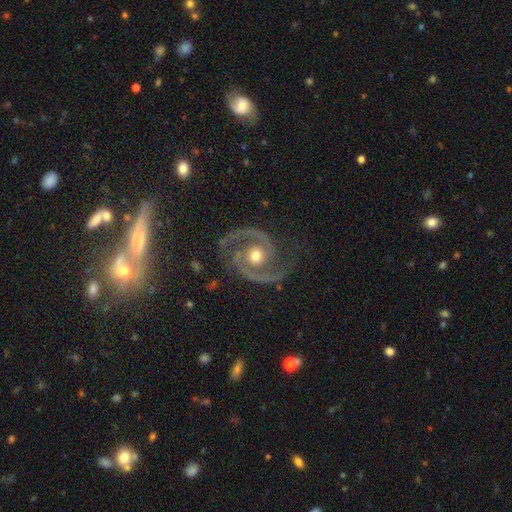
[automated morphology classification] This is clearly a featured or disk galaxy (93%). It is clearly not viewed edge-on (98%). Bar: likely no (70%). Spiral arm pattern: clearly yes (98%). Spiral arm count: clearly 2 (94%). Spiral winding: possibly medium (60%). Central bulge: likely moderate (77%). Merging: likely none (79%).